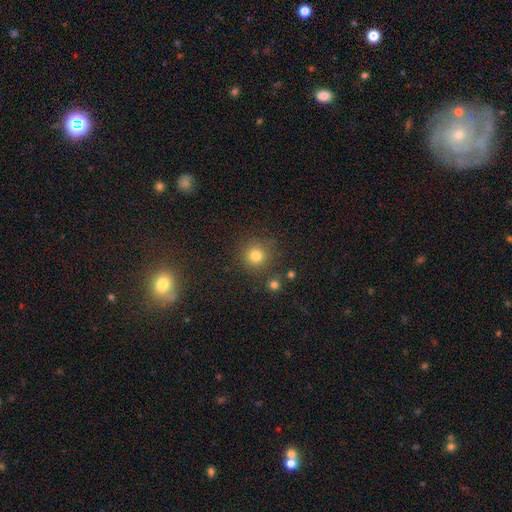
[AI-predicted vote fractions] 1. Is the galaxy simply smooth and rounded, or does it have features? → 79% smooth, 15% star or artifact, 6% featured or disk.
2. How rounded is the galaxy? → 93% round, 6% in between, 1% cigar-shaped.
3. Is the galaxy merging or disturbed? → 82% none, 9% minor disturbance, 5% merger, 4% major disturbance.